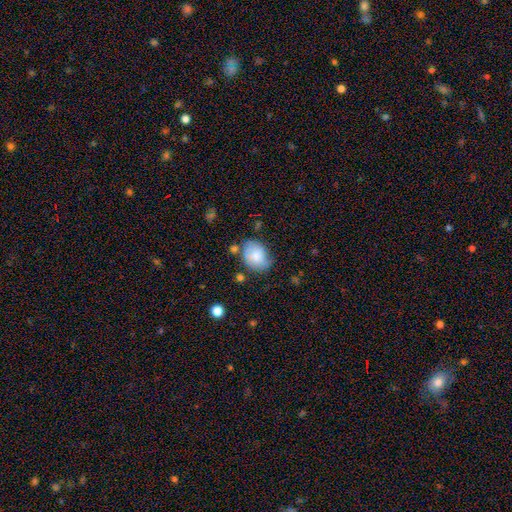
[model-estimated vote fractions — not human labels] Smooth or featured?
  - smooth: 73% *
  - featured or disk: 19%
  - star or artifact: 8%
How rounded?
  - in between: 60% *
  - round: 39%
  - cigar-shaped: 1%
Merging?
  - none: 56% *
  - minor disturbance: 29%
  - major disturbance: 9%
  - merger: 6%